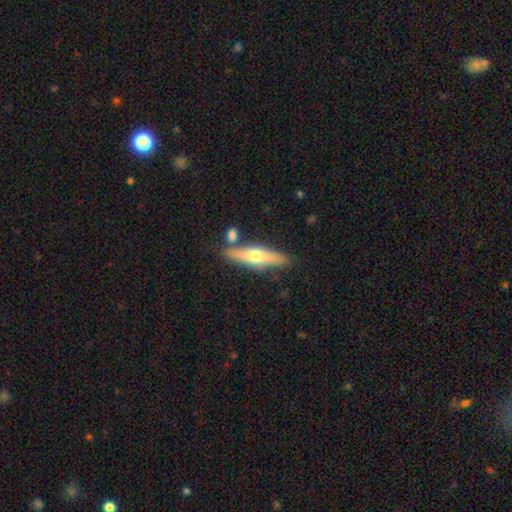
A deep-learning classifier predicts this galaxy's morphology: A featured or disk galaxy (48%). Merging: none (75%).